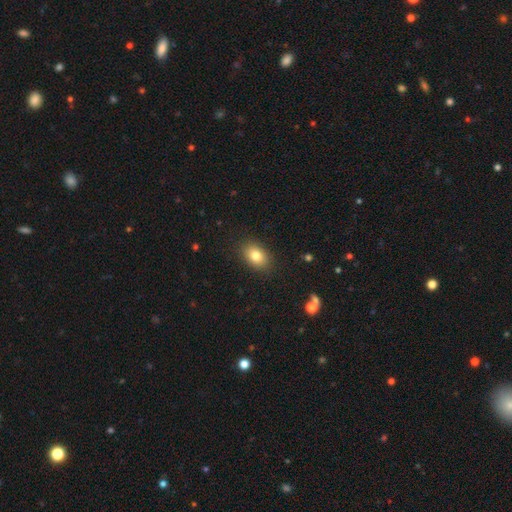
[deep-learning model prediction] Morphology: type=smooth (81%); roundness=in between (78%); merging=none (88%).